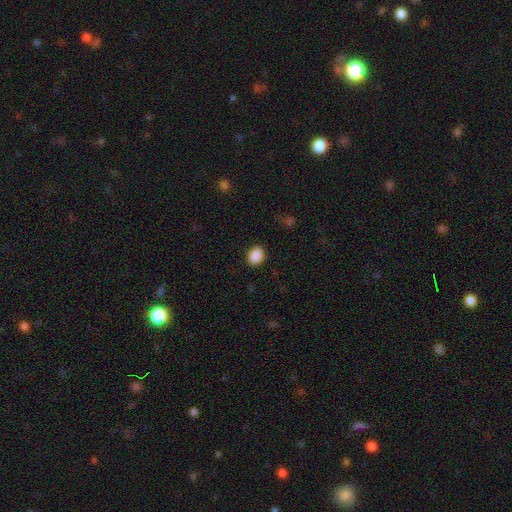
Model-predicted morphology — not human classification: smooth_or_featured: smooth (p=0.89) [alt: star or artifact p=0.08]
how_rounded: in between (p=0.53) [alt: round p=0.46]
merging: none (p=0.89) [alt: minor disturbance p=0.07]